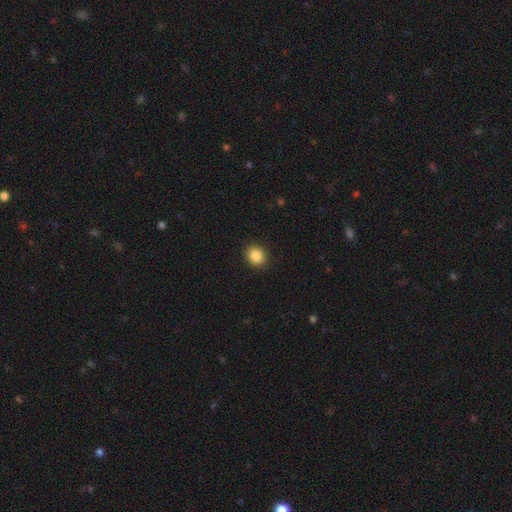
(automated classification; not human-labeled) smooth 87%, star or artifact 9%, featured or disk 4%. Down the decision tree: how rounded — round (72%); merging — none (91%).